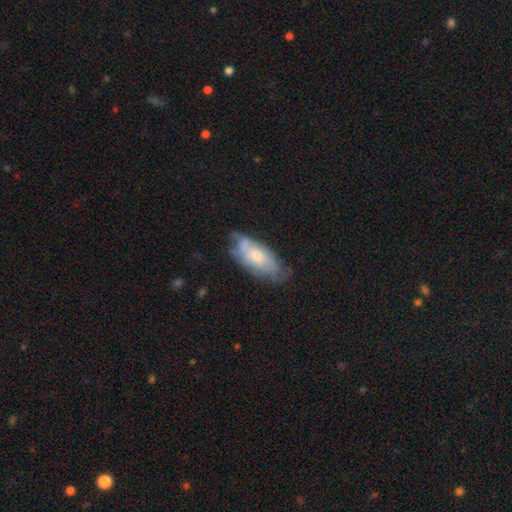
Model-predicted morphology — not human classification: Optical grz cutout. It shows a smooth galaxy with no disk features (47%). Merging: none (52%).